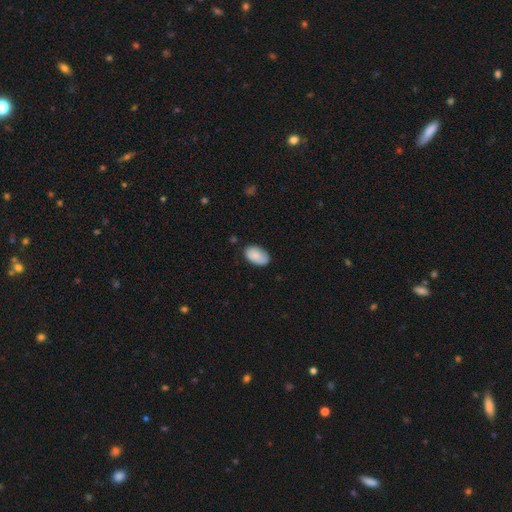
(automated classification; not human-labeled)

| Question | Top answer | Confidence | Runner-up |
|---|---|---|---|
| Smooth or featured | smooth | 86% | featured or disk (7%) |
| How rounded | in between | 93% | round (6%) |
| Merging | none | 77% | minor disturbance (18%) |